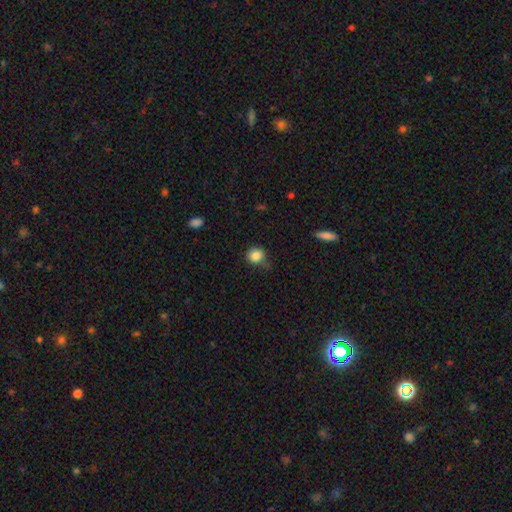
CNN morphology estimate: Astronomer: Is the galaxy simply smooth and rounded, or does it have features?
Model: smooth — 86%.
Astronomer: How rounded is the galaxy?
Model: round — 84%.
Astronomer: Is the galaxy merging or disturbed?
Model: none — 71%.